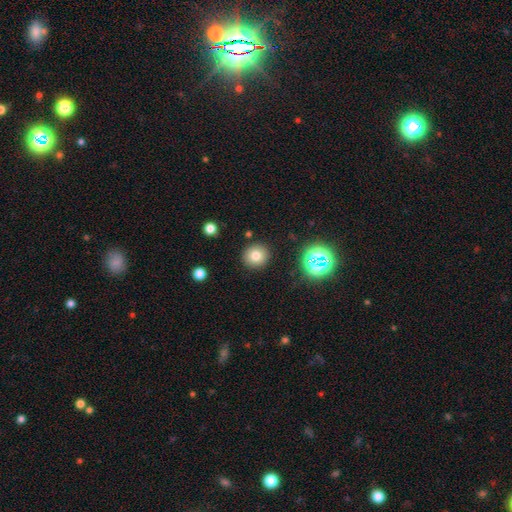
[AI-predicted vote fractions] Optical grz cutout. It shows a smooth galaxy with no disk features (76%) that is round (91%). Merging: none (89%).